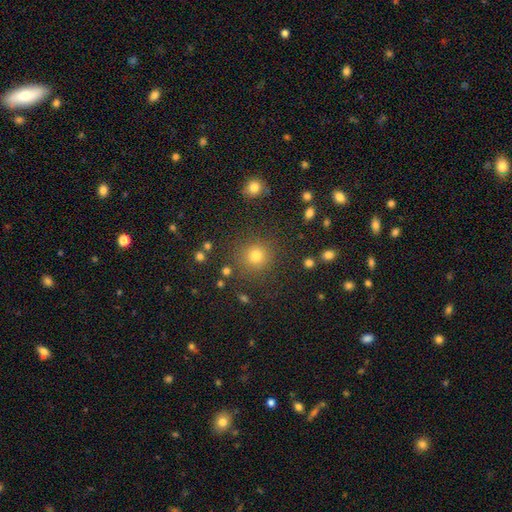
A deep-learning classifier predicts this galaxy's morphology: smooth_or_featured: smooth (p=0.76) [alt: star or artifact p=0.18]
how_rounded: round (p=0.93) [alt: in between p=0.06]
merging: none (p=0.86) [alt: minor disturbance p=0.07]